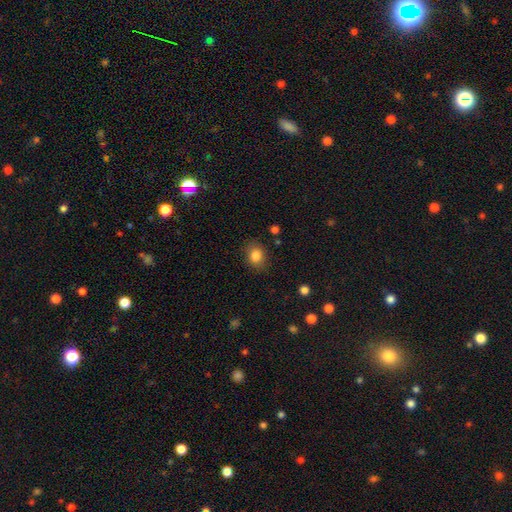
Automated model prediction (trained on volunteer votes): Smooth or featured? Predicted: smooth (p=0.84). How rounded? Predicted: in between (p=0.52). Merging? Predicted: none (p=0.84).